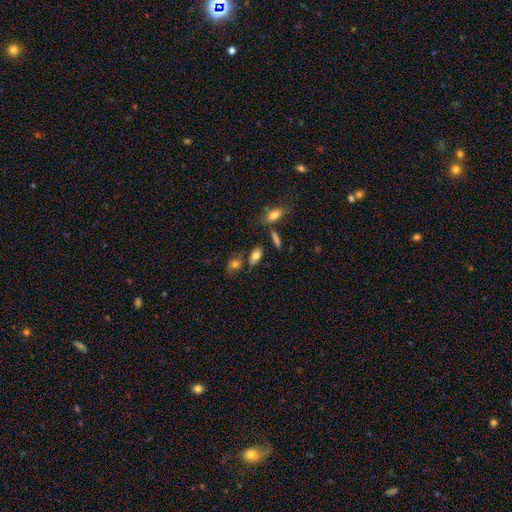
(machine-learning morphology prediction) A smooth galaxy with no disk features (74%) that is in between round and cigar-shaped (83%). Merging: none (67%).